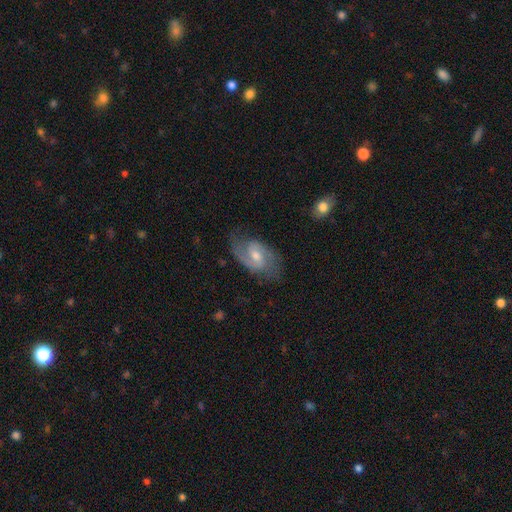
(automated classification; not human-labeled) A featured or disk galaxy (83%) with a weak bar (59%), 2 (88%) medium (55%) spiral arms (95%) and a moderate central bulge (61%).

Vote fractions:
- Smooth or featured? featured or disk: 83% / smooth: 12% / star or artifact: 5%
- Edge-on disk? no: 97% / yes: 3%
- Bar? weak: 59% / no: 27% / strong: 14%
- Spiral arms? yes: 95% / no: 5%
- Spiral winding? medium: 55% / tight: 24% / loose: 21%
- Spiral arm count? 2: 88% / can't tell: 6% / 1: 3% / 3: 2% / 4: 1% / more than 4: 1%
- Bulge size? moderate: 61% / small: 31% / large: 4% / none: 3% / dominant: 1%
- Merging? none: 75% / minor disturbance: 18% / major disturbance: 6% / merger: 1%